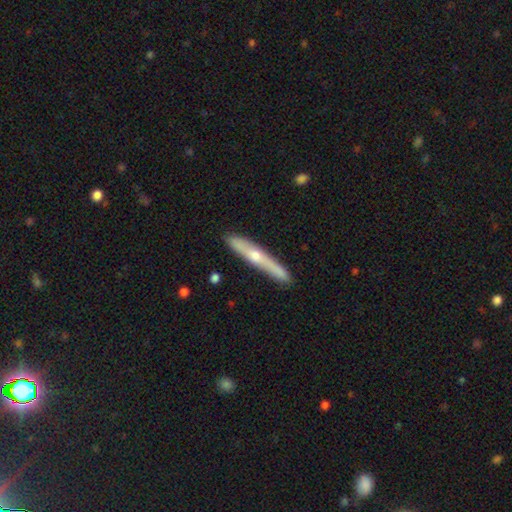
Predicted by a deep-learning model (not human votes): A featured or disk galaxy (56%) viewed edge-on (91%) with a rounded central bulge (81%). Merging: none (86%).